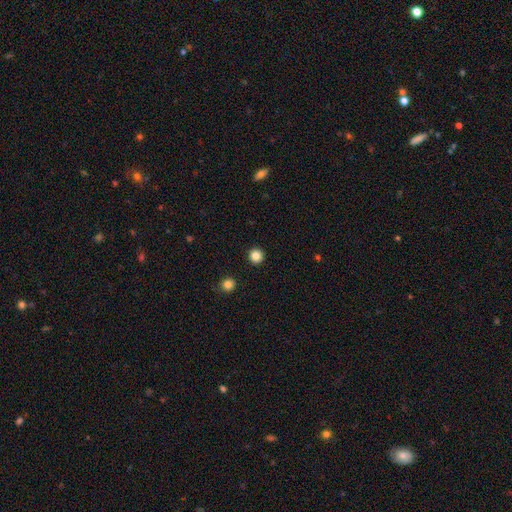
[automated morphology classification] Smooth or featured? Predicted: smooth (p=0.85). How rounded? Predicted: round (p=0.95). Merging? Predicted: none (p=0.93).